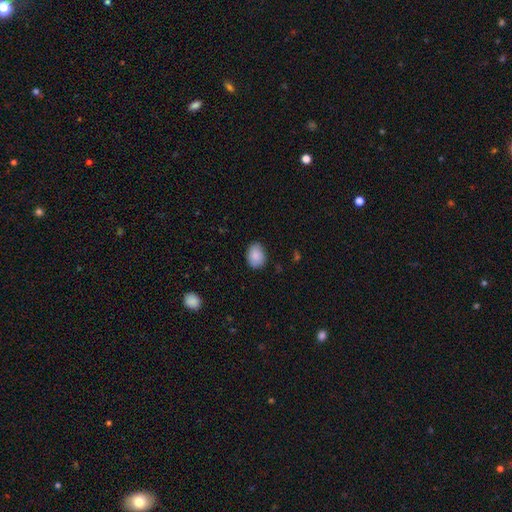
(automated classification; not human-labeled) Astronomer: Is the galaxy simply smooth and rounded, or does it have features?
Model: smooth — 88%.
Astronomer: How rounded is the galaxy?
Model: in between — 63%.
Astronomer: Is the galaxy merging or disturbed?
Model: none — 79%.